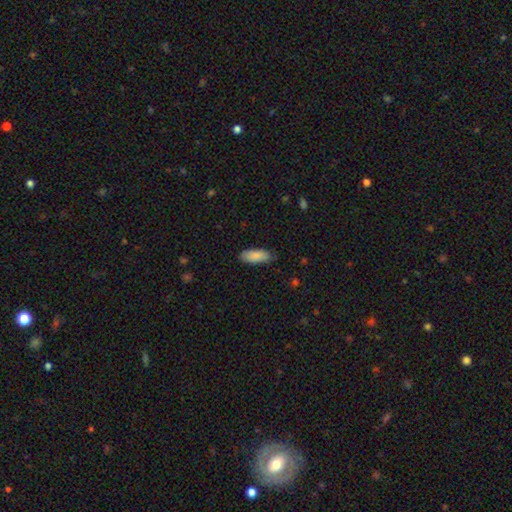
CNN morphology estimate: This appears to be a smooth galaxy with no disk features (88%) that is in between round and cigar-shaped (77%). Merging: none (79%).